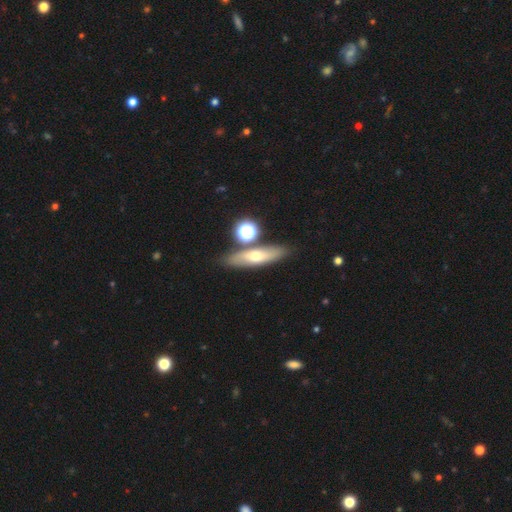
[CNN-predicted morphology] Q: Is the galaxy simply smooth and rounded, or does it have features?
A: smooth — 50%.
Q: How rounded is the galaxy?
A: cigar-shaped — 62%.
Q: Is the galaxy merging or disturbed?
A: none — 75%.